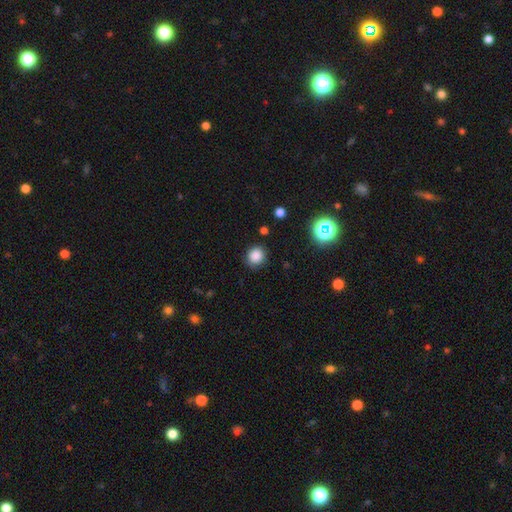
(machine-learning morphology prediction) The model was most divided on "how rounded": round: 85%, in between: 14%, cigar-shaped: 1%. More confident: merging — none (86%); smooth or featured — smooth (84%).